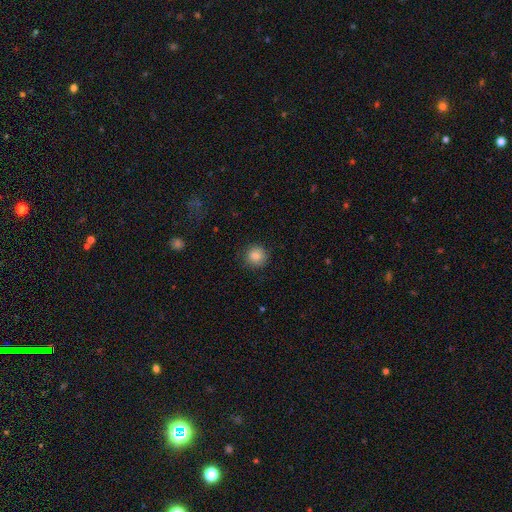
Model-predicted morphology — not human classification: A smooth galaxy with no disk features (86%) that is round (92%). Merging: none (87%).